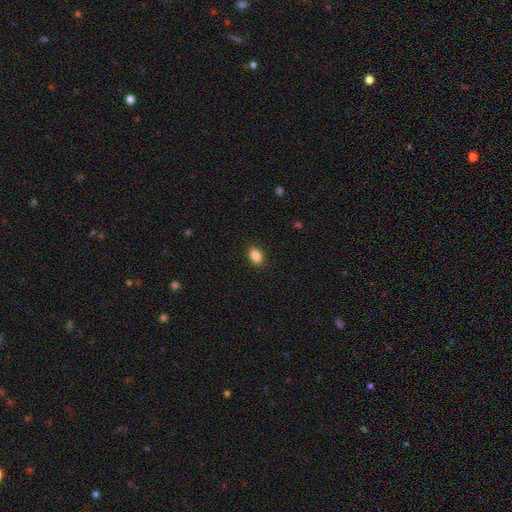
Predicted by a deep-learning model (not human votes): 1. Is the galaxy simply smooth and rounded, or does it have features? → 88% smooth, 8% star or artifact, 3% featured or disk.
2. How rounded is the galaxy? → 86% in between, 12% round, 2% cigar-shaped.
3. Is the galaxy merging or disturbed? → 88% none, 8% minor disturbance, 2% major disturbance, 1% merger.